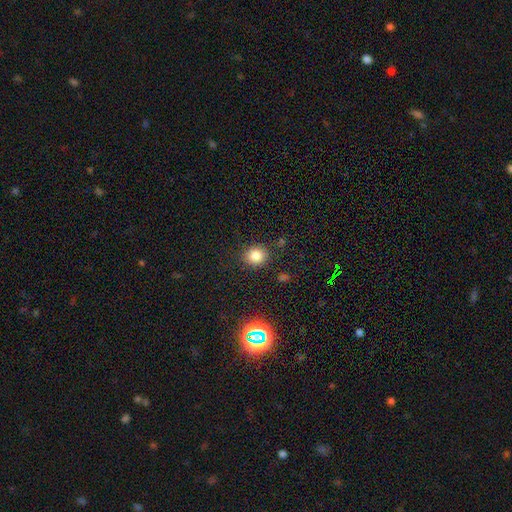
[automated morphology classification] Q: Smooth or featured?
A: smooth (81%); runner-up: star or artifact (14%)
Q: How rounded?
A: round (79%); runner-up: in between (20%)
Q: Merging?
A: none (85%); runner-up: minor disturbance (9%)